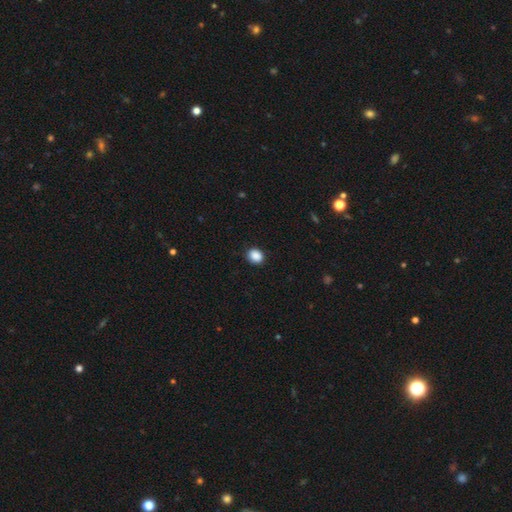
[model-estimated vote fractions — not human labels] Morphology: type=smooth (89%); roundness=round (59%); merging=none (89%).